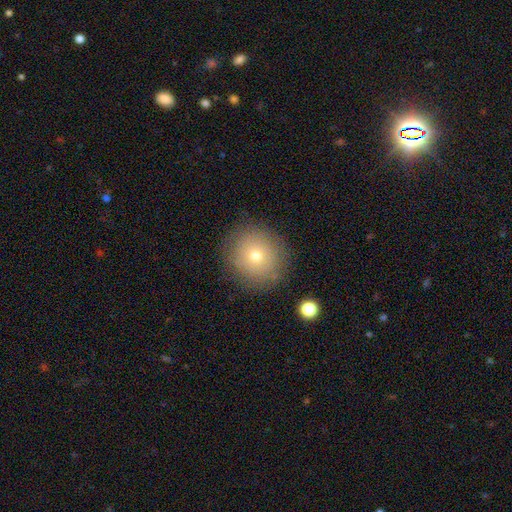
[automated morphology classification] type=smooth (70%); roundness=round (91%); merging=none (86%).